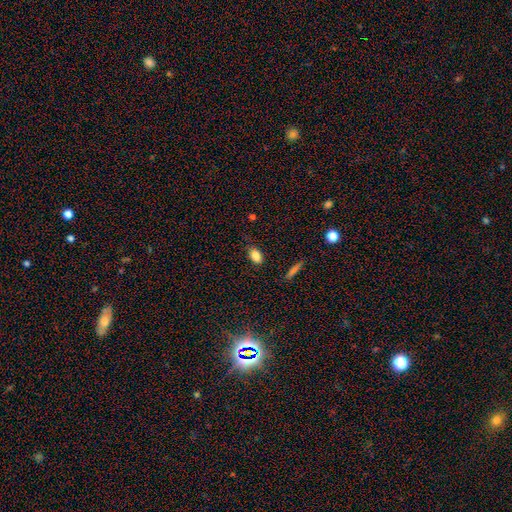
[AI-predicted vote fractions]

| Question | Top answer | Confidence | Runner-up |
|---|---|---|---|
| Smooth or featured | smooth | 84% | star or artifact (10%) |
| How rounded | in between | 84% | round (12%) |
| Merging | none | 79% | minor disturbance (16%) |